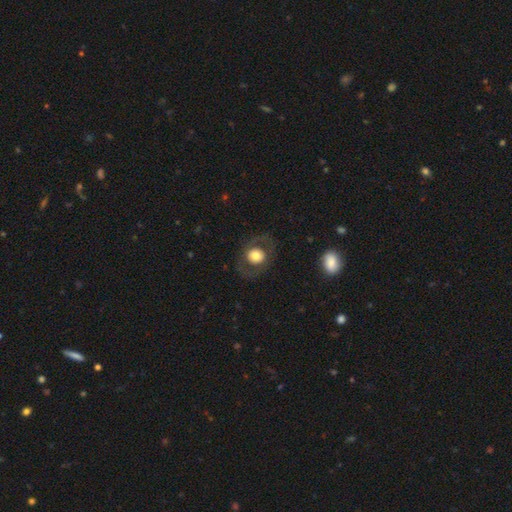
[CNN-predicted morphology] Smooth or featured: smooth — 58% (featured or disk — 34%)
How rounded: round — 78% (in between — 21%)
Merging: none — 79% (major disturbance — 10%)